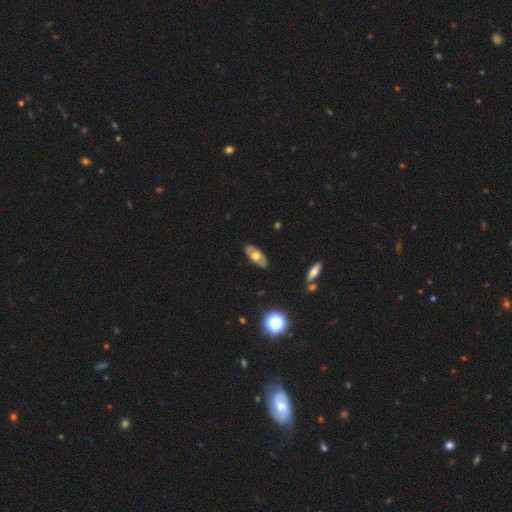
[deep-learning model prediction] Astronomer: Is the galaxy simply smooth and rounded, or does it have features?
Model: featured or disk — 51% (runner-up: smooth, 43%).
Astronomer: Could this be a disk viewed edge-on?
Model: no — 74%.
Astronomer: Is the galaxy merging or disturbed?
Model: none — 84%.